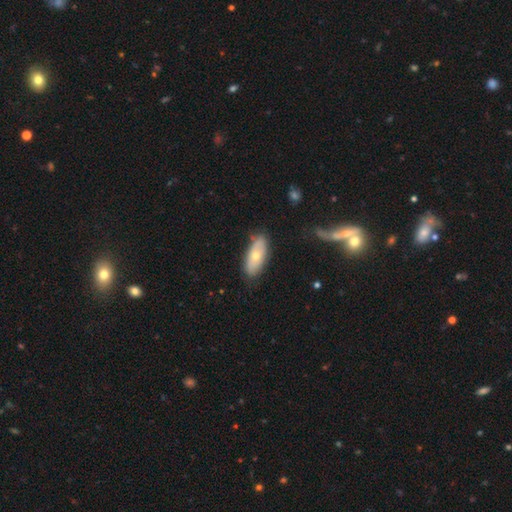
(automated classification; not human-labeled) Smooth or featured? Predicted: smooth (p=0.60). How rounded? Predicted: in between (p=0.85). Merging? Predicted: none (p=0.79).